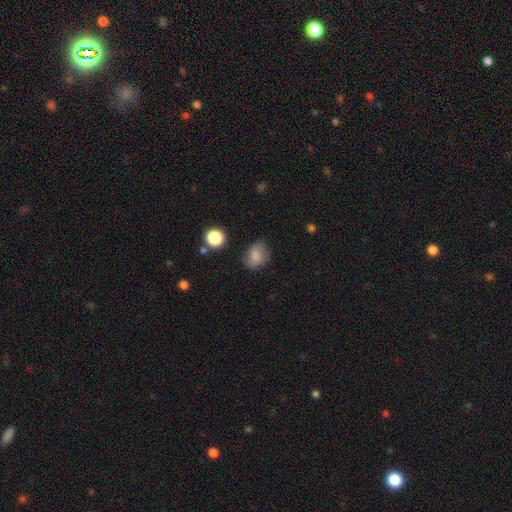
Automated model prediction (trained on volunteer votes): A smooth galaxy with no disk features (79%) that is in between round and cigar-shaped (52%). Merging: none (72%).